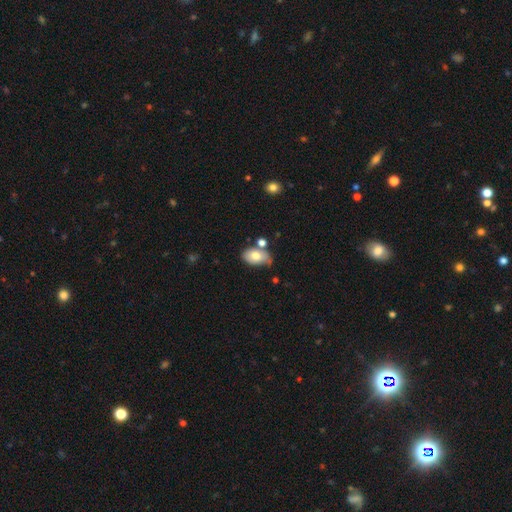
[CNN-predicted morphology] Q: Smooth or featured?
A: smooth (73%); runner-up: featured or disk (19%)
Q: How rounded?
A: in between (89%); runner-up: round (10%)
Q: Merging?
A: none (49%); runner-up: minor disturbance (24%)